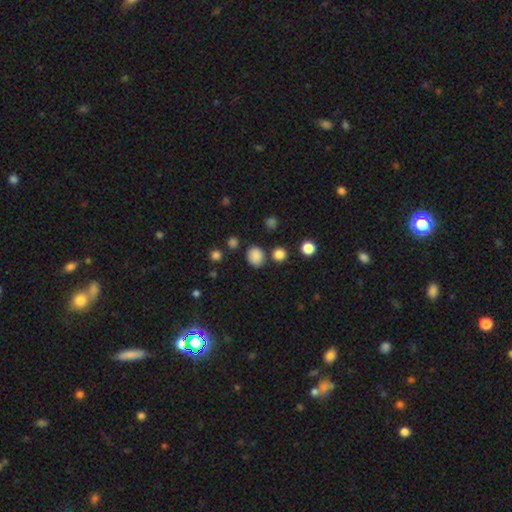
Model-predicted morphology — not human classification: Smooth or featured: smooth — 84% (star or artifact — 13%)
How rounded: round — 65% (in between — 34%)
Merging: none — 78% (minor disturbance — 12%)